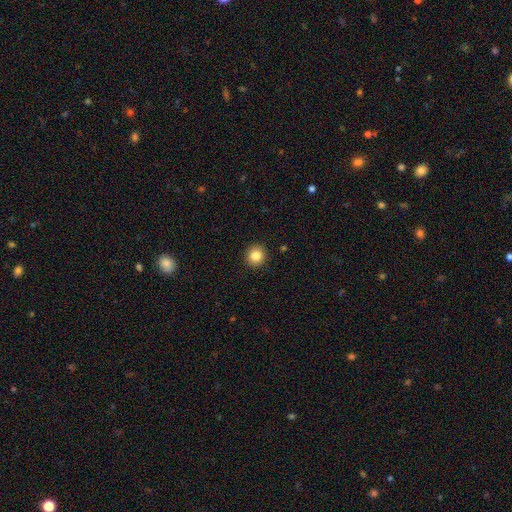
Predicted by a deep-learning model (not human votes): A smooth galaxy with no disk features (84%) that is round (91%). Merging: none (92%).